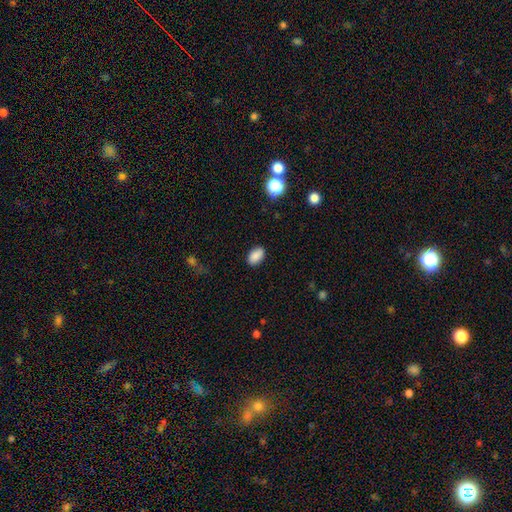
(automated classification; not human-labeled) smooth 88%, star or artifact 9%, featured or disk 3%. Down the decision tree: how rounded — in between (91%); merging — none (87%).